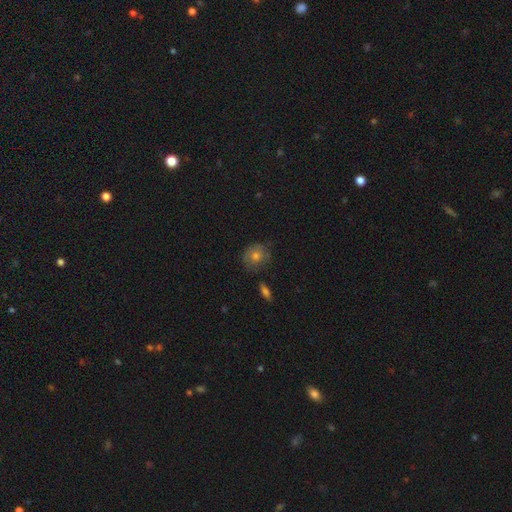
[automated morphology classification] Q: Smooth or featured?
A: smooth (61%); runner-up: featured or disk (26%)
Q: How rounded?
A: round (80%); runner-up: in between (19%)
Q: Merging?
A: none (74%); runner-up: minor disturbance (19%)